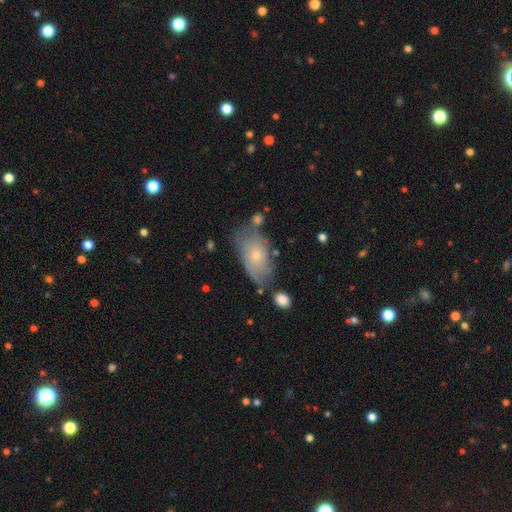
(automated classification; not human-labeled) Morphology: type=smooth (58%); roundness=in between (90%); merging=none (53%).